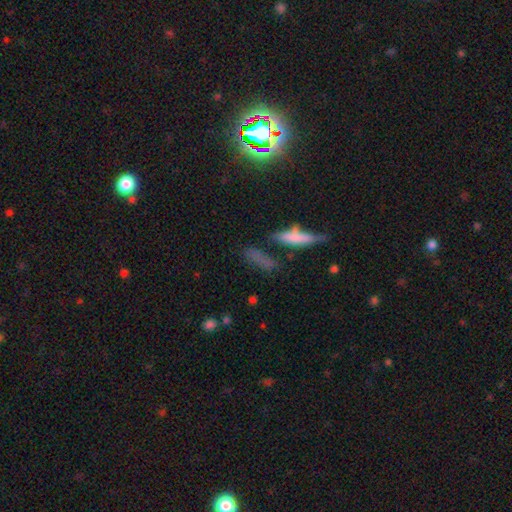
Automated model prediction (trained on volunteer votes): A smooth galaxy with no disk features (52%) that is cigar-shaped (67%). Merging: none (56%).